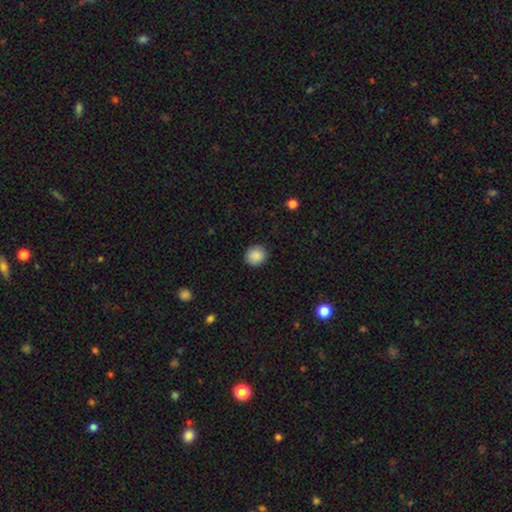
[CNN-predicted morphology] This is clearly a smooth galaxy (89%). How rounded: clearly round (90%). Merging: clearly none (91%).